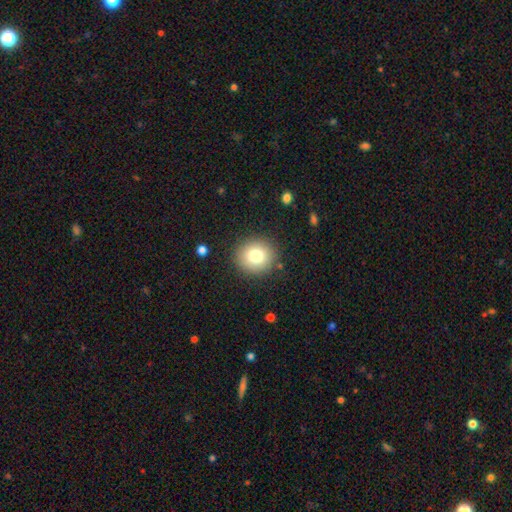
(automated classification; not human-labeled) A smooth galaxy with no disk features (78%) that is round (86%).

Vote fractions:
- Smooth or featured? smooth: 78% / star or artifact: 11% / featured or disk: 11%
- How rounded? round: 86% / in between: 13% / cigar-shaped: 1%
- Merging? none: 88% / minor disturbance: 8% / major disturbance: 3% / merger: 1%